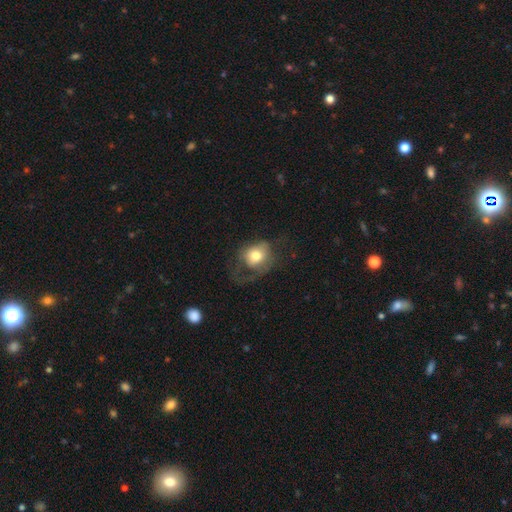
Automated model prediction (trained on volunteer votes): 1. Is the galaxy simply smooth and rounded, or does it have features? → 67% smooth, 24% featured or disk, 8% star or artifact.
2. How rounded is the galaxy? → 58% round, 41% in between, 1% cigar-shaped.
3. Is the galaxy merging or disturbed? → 45% major disturbance, 31% none, 22% minor disturbance, 2% merger.